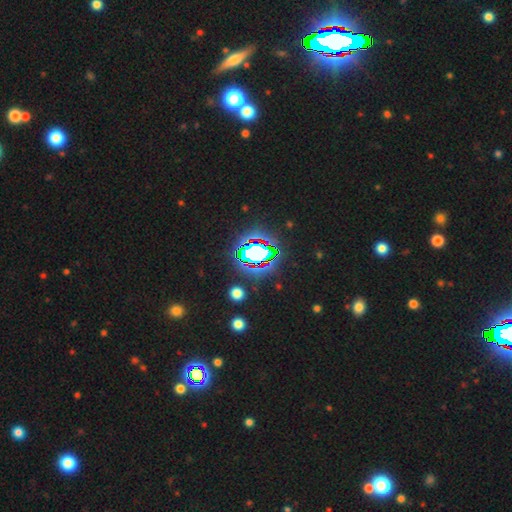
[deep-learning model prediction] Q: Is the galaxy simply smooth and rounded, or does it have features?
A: star or artifact — 69%.